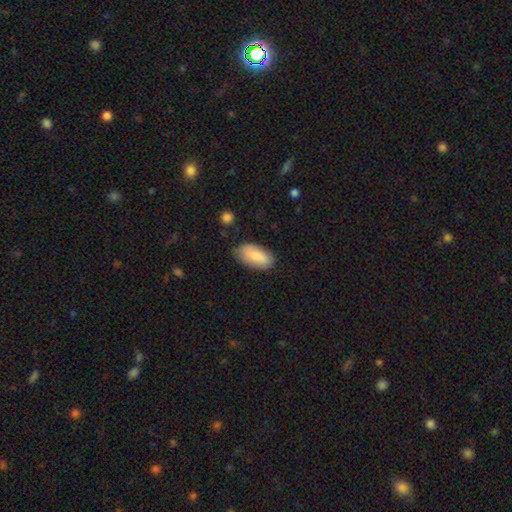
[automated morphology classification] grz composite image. It shows a smooth galaxy with no disk features (82%) that is in between round and cigar-shaped (93%). Merging: none (77%).